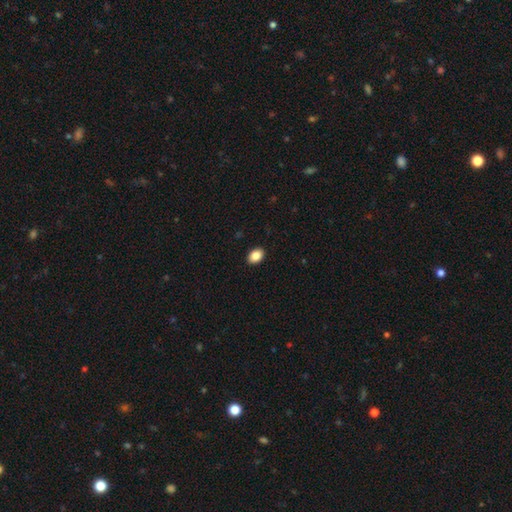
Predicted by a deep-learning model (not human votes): The model was most divided on "how rounded": in between: 80%, round: 19%, cigar-shaped: 1%. More confident: merging — none (91%); smooth or featured — smooth (87%).